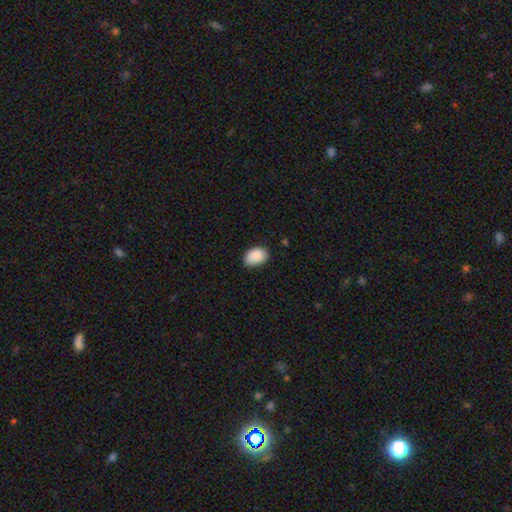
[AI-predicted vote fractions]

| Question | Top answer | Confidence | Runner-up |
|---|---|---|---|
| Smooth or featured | smooth | 90% | star or artifact (7%) |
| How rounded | in between | 87% | round (12%) |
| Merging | none | 79% | minor disturbance (18%) |